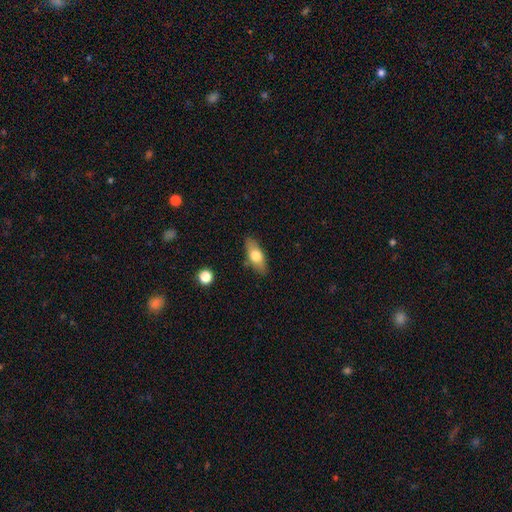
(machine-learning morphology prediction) Overall: smooth (67%). How rounded: in between (79%). Merging: none (84%).